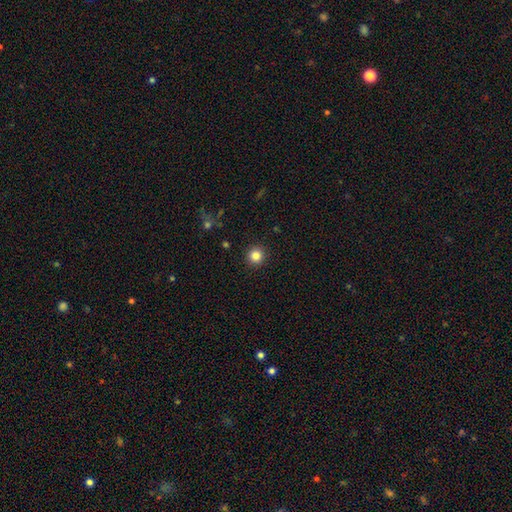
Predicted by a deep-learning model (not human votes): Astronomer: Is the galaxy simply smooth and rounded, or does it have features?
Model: smooth — 84%.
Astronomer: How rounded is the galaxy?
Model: round — 95%.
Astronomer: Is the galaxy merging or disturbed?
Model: none — 92%.